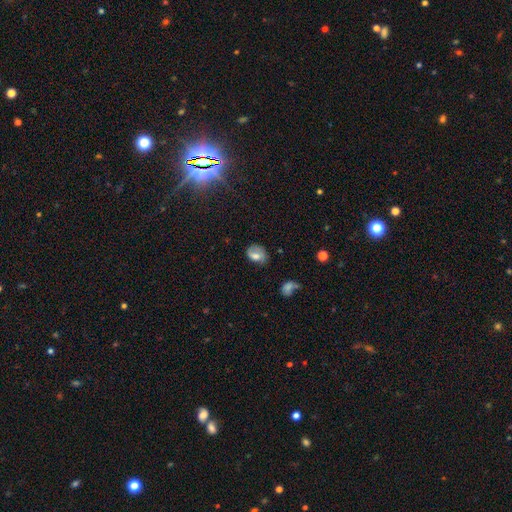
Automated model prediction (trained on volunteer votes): Q: Smooth or featured?
A: smooth (64%); runner-up: featured or disk (26%)
Q: How rounded?
A: in between (68%); runner-up: round (30%)
Q: Merging?
A: none (48%); runner-up: minor disturbance (33%)